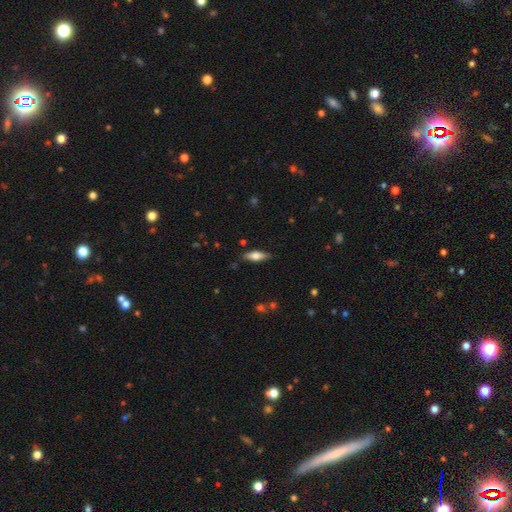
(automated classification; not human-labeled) Smooth or featured?
  - smooth: 66% *
  - featured or disk: 28%
  - star or artifact: 7%
How rounded?
  - in between: 57% *
  - cigar-shaped: 40%
  - round: 2%
Merging?
  - none: 84% *
  - minor disturbance: 12%
  - major disturbance: 2%
  - merger: 2%